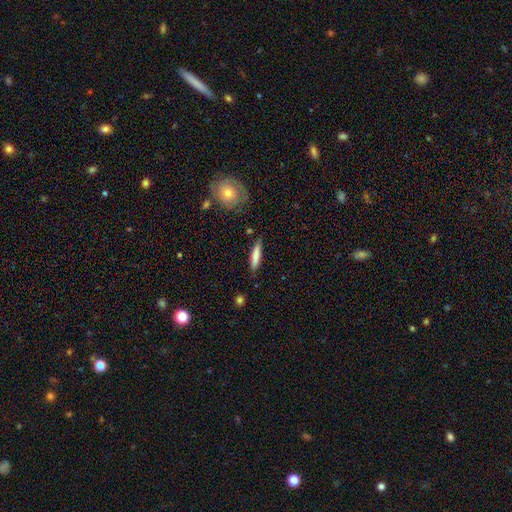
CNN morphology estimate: Q: Smooth or featured?
A: smooth (76%); runner-up: featured or disk (18%)
Q: How rounded?
A: cigar-shaped (85%); runner-up: in between (13%)
Q: Merging?
A: none (84%); runner-up: minor disturbance (12%)